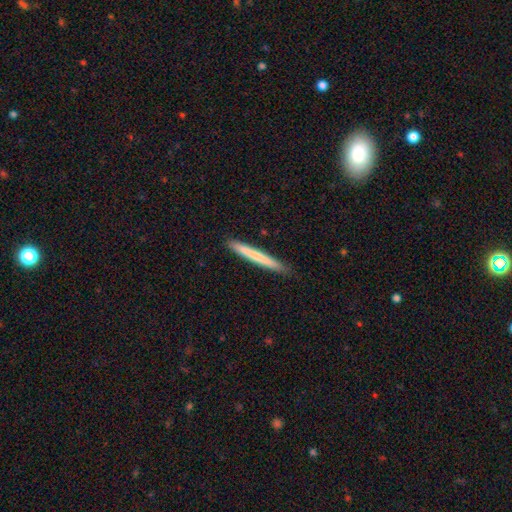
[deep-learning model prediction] Smooth or featured: smooth — 68% (featured or disk — 27%)
How rounded: cigar-shaped — 97% (in between — 2%)
Merging: none — 90% (minor disturbance — 8%)